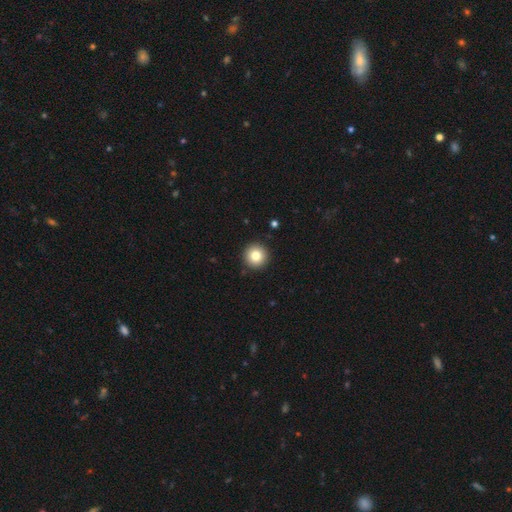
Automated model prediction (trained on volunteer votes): smooth 81%, star or artifact 10%, featured or disk 9%. Down the decision tree: how rounded — round (96%); merging — none (92%).